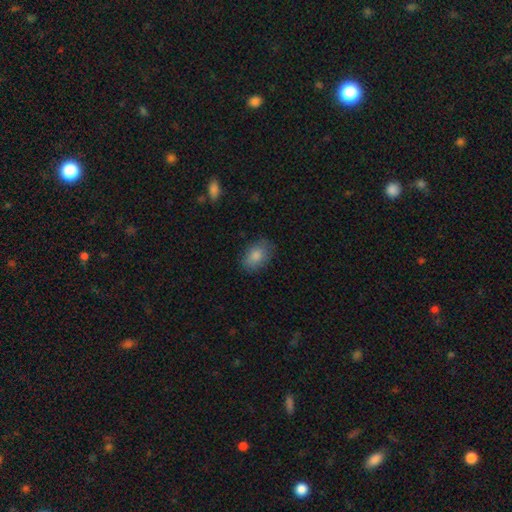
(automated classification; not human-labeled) This is clearly a smooth galaxy (85%). How rounded: clearly in between (84%). Merging: clearly none (80%).